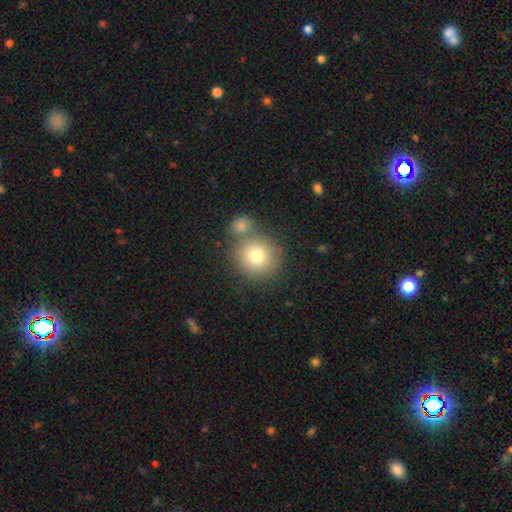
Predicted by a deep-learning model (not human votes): smooth 77%, featured or disk 12%, star or artifact 11%. Down the decision tree: how rounded — round (91%); merging — none (61%).